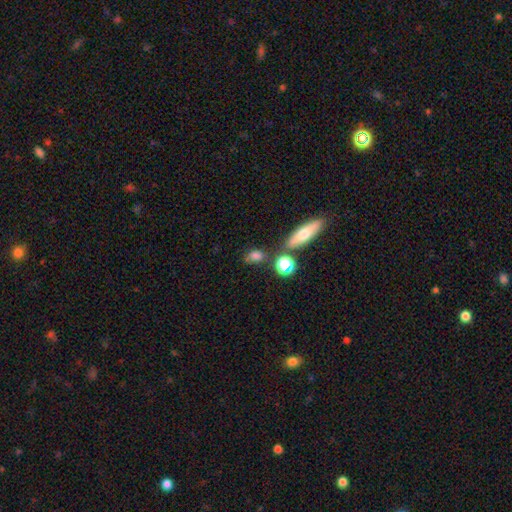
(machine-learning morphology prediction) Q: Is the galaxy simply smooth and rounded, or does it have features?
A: smooth — 74%.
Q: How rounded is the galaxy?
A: in between — 52%.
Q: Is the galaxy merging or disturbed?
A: none — 65%.